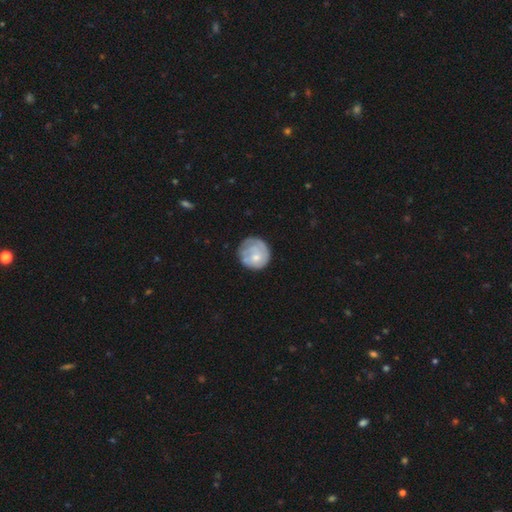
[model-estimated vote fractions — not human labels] Overall: smooth (50%; featured or disk 44%). Merging: none (63%; minor disturbance 24%).